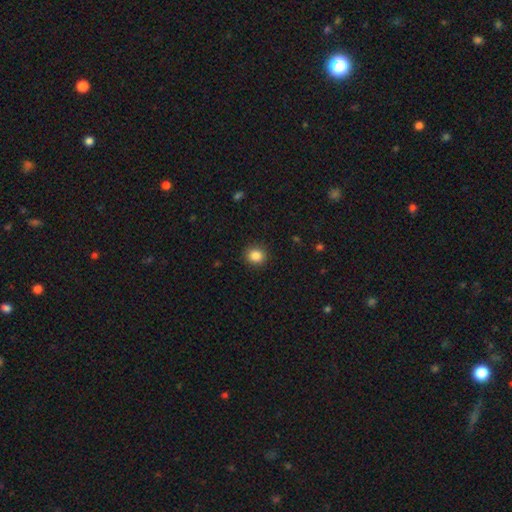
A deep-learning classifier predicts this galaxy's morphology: smooth_or_featured: smooth (p=0.86) [alt: star or artifact p=0.10]
how_rounded: round (p=0.83) [alt: in between p=0.17]
merging: none (p=0.91) [alt: minor disturbance p=0.06]